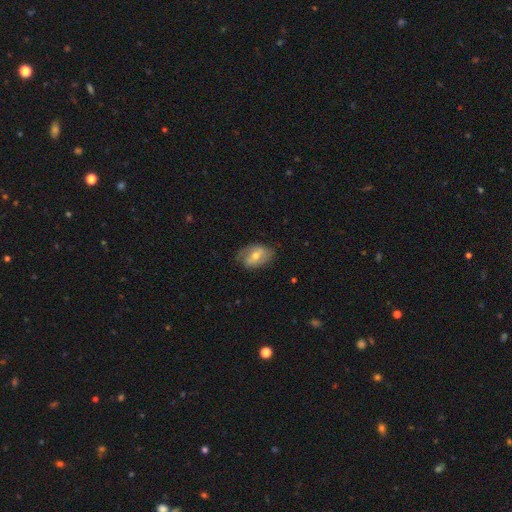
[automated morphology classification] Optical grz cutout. It shows a featured or disk galaxy (50%). Merging: none (64%).